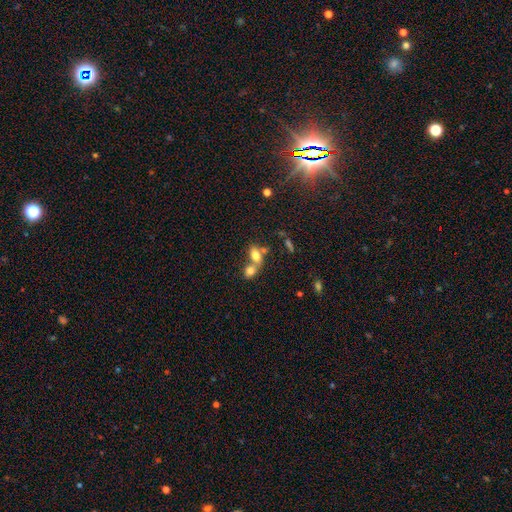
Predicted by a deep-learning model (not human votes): Smooth or featured?
  - smooth: 75% *
  - featured or disk: 14%
  - star or artifact: 11%
How rounded?
  - in between: 77% *
  - round: 20%
  - cigar-shaped: 3%
Merging?
  - merger: 67% *
  - none: 22%
  - minor disturbance: 7%
  - major disturbance: 4%